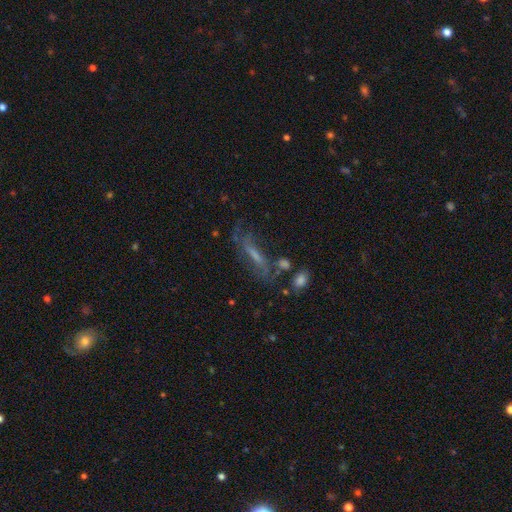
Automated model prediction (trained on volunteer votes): A featured or disk galaxy (60%). Merging: none (56%).